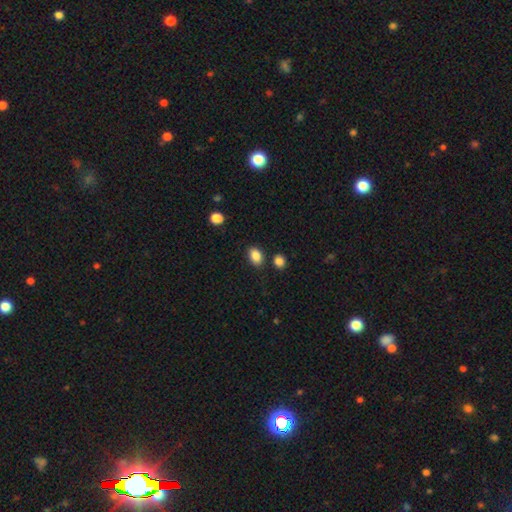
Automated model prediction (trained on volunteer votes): The model was most divided on "how rounded": in between: 78%, round: 21%, cigar-shaped: 1%. More confident: smooth or featured — smooth (87%); merging — none (81%).